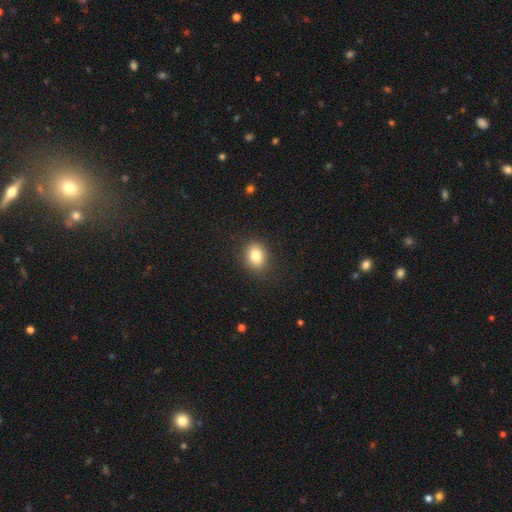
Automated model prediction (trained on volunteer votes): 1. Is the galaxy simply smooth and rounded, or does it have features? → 83% smooth, 10% star or artifact, 7% featured or disk.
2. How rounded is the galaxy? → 51% round, 48% in between, 1% cigar-shaped.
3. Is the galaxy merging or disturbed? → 87% none, 9% minor disturbance, 3% major disturbance, 1% merger.